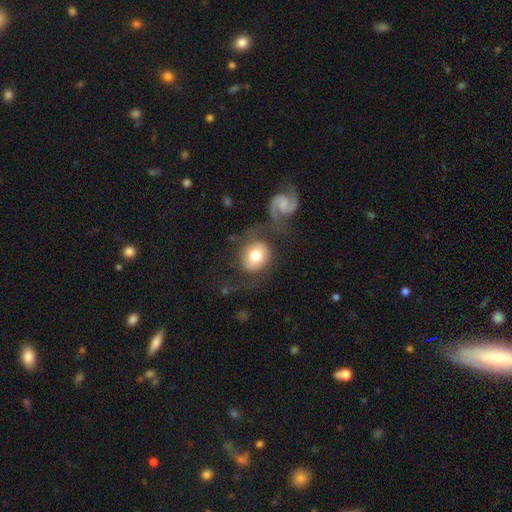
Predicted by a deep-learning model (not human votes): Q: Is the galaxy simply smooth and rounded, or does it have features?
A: smooth — 62%.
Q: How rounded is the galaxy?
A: round — 69%.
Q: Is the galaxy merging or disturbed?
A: none — 53%.